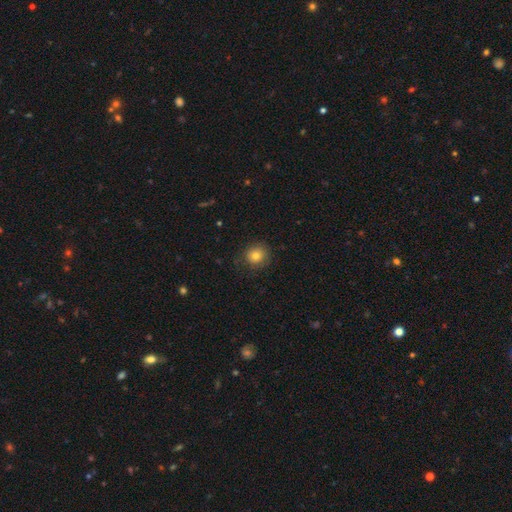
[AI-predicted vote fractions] Overall: smooth (80%). How rounded: round (89%). Merging: none (83%).